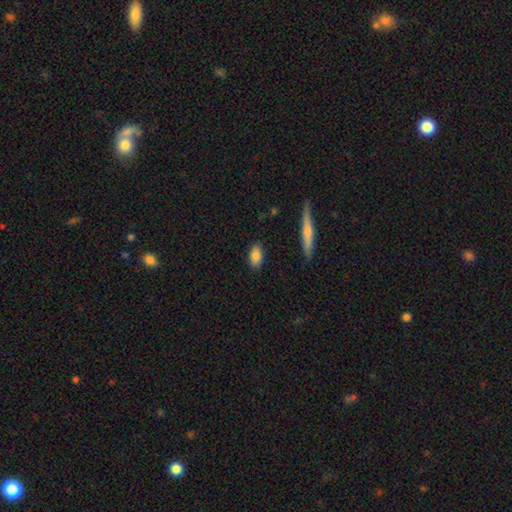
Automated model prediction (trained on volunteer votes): Smooth or featured?
  - smooth: 85% *
  - featured or disk: 8%
  - star or artifact: 7%
How rounded?
  - in between: 89% *
  - cigar-shaped: 6%
  - round: 6%
Merging?
  - none: 86% *
  - minor disturbance: 10%
  - major disturbance: 2%
  - merger: 1%